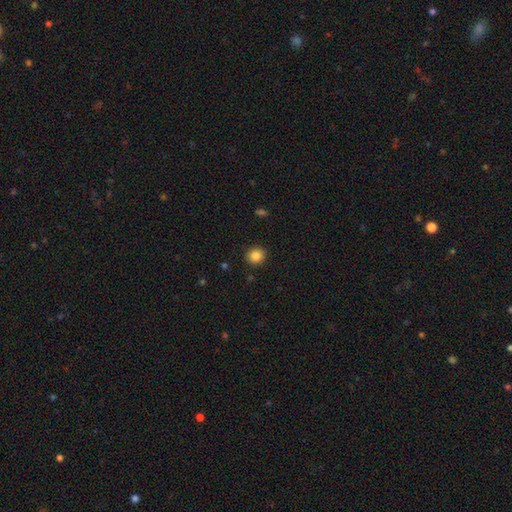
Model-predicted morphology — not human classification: type=smooth (85%); roundness=round (84%); merging=none (91%).